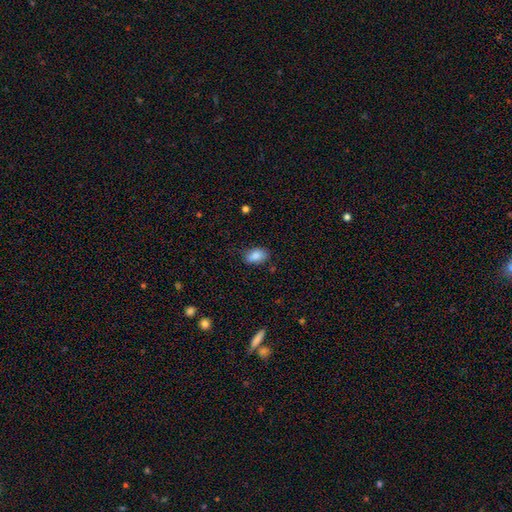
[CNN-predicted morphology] smooth 86%, star or artifact 8%, featured or disk 6%. Down the decision tree: how rounded — in between (89%); merging — none (74%).